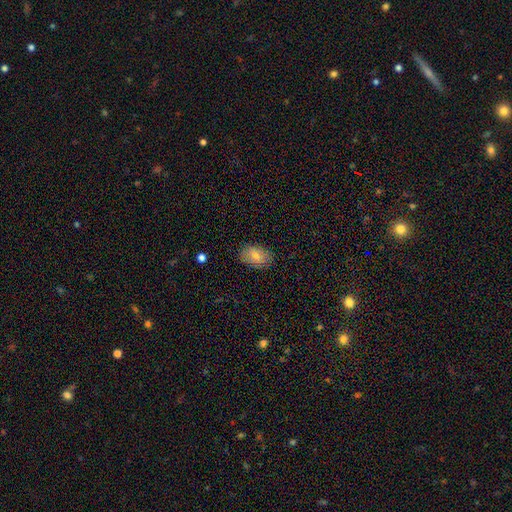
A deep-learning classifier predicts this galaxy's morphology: smooth-or-featured: smooth: 74% | featured or disk: 15% | star or artifact: 11%
  how-rounded: in between: 84% | round: 14% | cigar-shaped: 1%
  merging: none: 86% | minor disturbance: 11% | major disturbance: 2% | merger: 1%